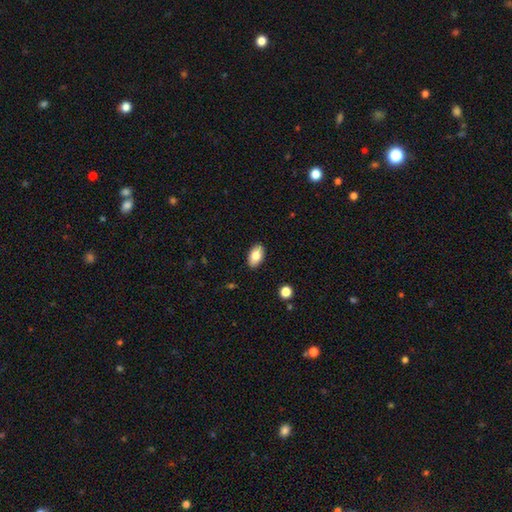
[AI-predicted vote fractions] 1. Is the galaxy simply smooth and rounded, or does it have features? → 81% smooth, 12% featured or disk, 7% star or artifact.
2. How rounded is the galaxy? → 93% in between, 5% round, 2% cigar-shaped.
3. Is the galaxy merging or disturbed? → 89% none, 8% minor disturbance, 2% major disturbance, 1% merger.